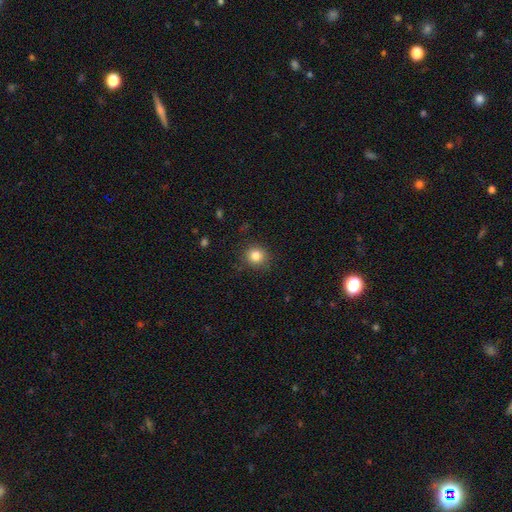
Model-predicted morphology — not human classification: smooth-or-featured: smooth: 83% | star or artifact: 12% | featured or disk: 6%
  how-rounded: round: 89% | in between: 10% | cigar-shaped: 1%
  merging: none: 86% | minor disturbance: 10% | major disturbance: 3% | merger: 1%